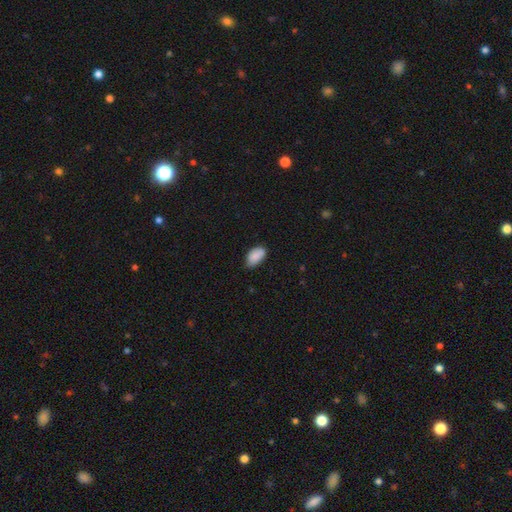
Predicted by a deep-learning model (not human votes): Smooth or featured: smooth — 87% (star or artifact — 7%)
How rounded: in between — 94% (round — 4%)
Merging: none — 64% (minor disturbance — 30%)